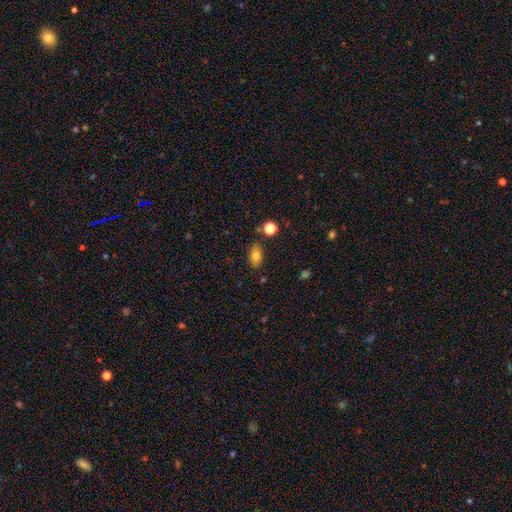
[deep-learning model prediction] smooth_or_featured: smooth (p=0.81) [alt: star or artifact p=0.10]
how_rounded: in between (p=0.86) [alt: round p=0.11]
merging: none (p=0.79) [alt: minor disturbance p=0.13]